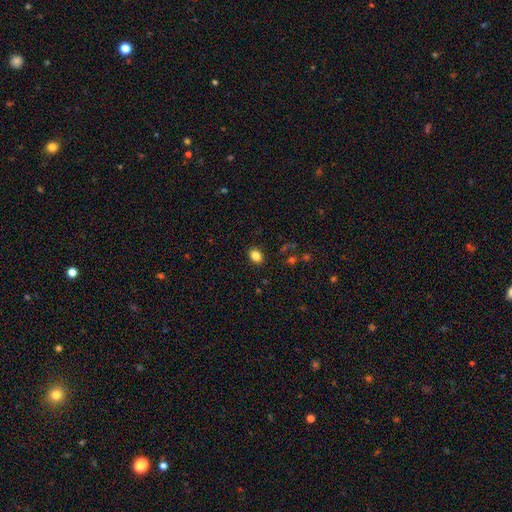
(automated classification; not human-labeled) smooth_or_featured: smooth (p=0.85) [alt: star or artifact p=0.10]
how_rounded: in between (p=0.64) [alt: round p=0.35]
merging: none (p=0.88) [alt: minor disturbance p=0.08]